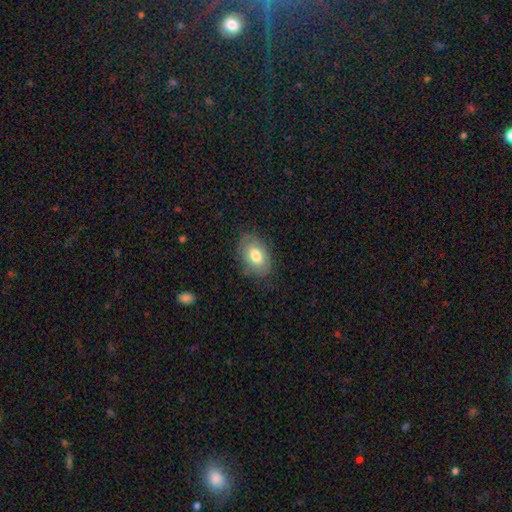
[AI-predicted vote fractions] Overall: smooth (68%). How rounded: in between (89%). Merging: none (74%).